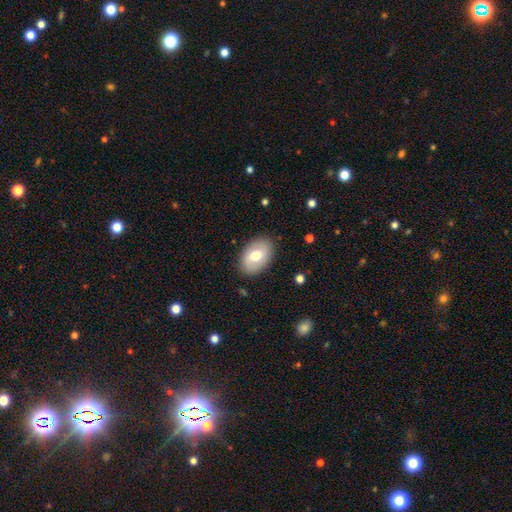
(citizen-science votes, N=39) Volunteers were most divided on "smooth or featured": smooth: 59%, featured or disk: 38%, star or artifact: 3%. More confident: how rounded — in between (83%); merging — none (79%).